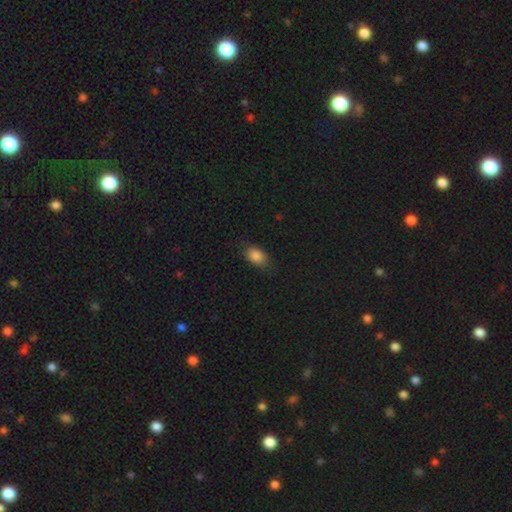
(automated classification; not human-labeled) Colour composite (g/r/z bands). It shows a smooth galaxy with no disk features (86%) that is in between round and cigar-shaped (85%). Merging: none (78%).